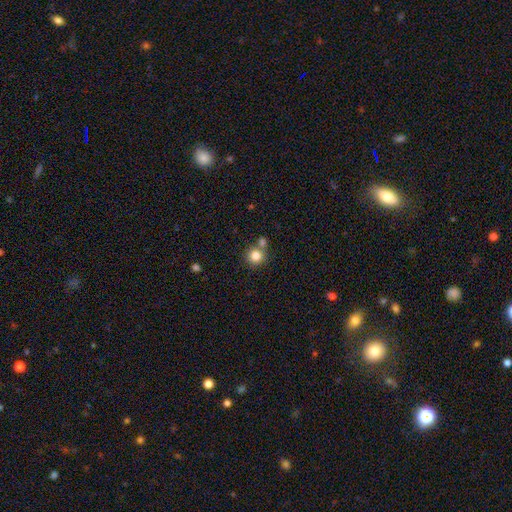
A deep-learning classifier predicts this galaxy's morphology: A smooth galaxy with no disk features (83%) that is round (92%). Merging: none (66%).